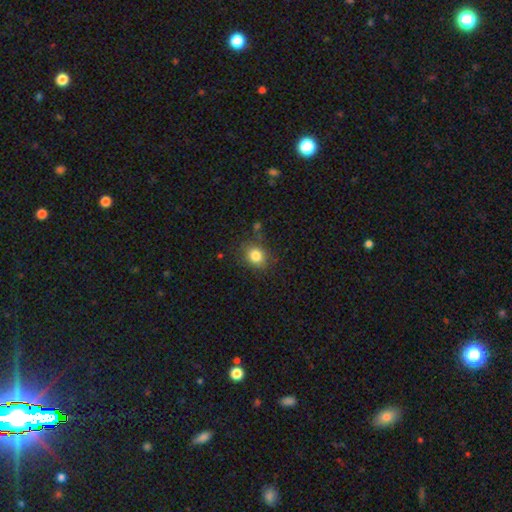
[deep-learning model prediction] Overall: smooth (83%). How rounded: round (64%; in between 35%). Merging: none (81%).